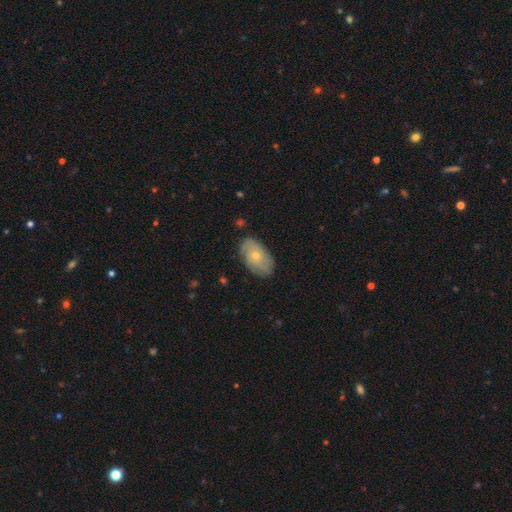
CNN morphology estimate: A smooth galaxy with no disk features (49%).

Vote fractions:
- Smooth or featured? smooth: 49% / featured or disk: 45% / star or artifact: 6%
- Merging? none: 78% / minor disturbance: 17% / major disturbance: 4% / merger: 1%